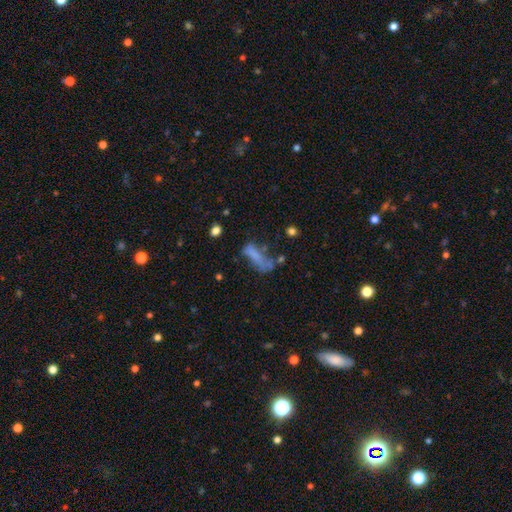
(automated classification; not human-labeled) Smooth or featured?
  - smooth: 56% *
  - featured or disk: 29%
  - star or artifact: 15%
How rounded?
  - in between: 49% *
  - cigar-shaped: 48%
  - round: 3%
Merging?
  - major disturbance: 32% *
  - none: 30%
  - minor disturbance: 24%
  - merger: 15%